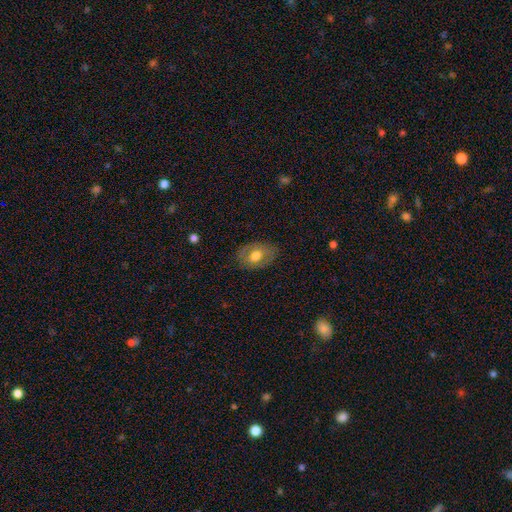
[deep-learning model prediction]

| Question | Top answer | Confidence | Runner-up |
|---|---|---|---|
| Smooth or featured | smooth | 59% | featured or disk (34%) |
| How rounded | in between | 78% | round (21%) |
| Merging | none | 80% | minor disturbance (15%) |